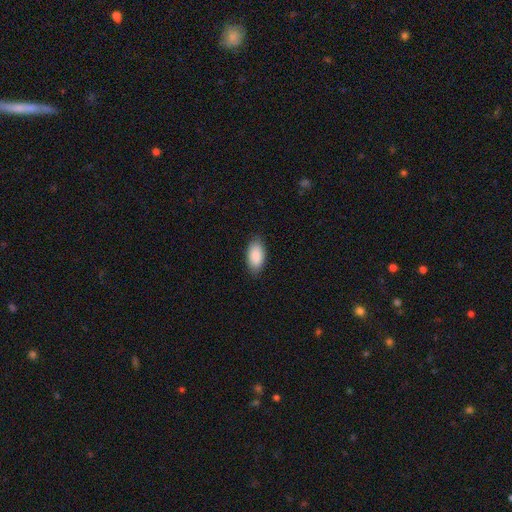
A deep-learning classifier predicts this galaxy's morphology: Q: Smooth or featured?
A: smooth (89%); runner-up: star or artifact (6%)
Q: How rounded?
A: in between (94%); runner-up: cigar-shaped (3%)
Q: Merging?
A: none (85%); runner-up: minor disturbance (11%)